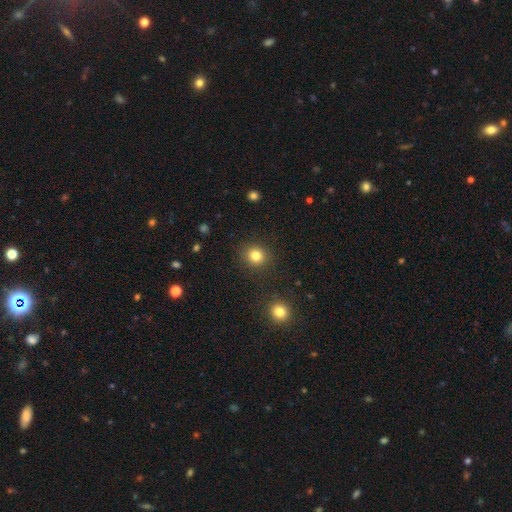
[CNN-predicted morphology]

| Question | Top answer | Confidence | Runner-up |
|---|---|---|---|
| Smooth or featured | smooth | 82% | star or artifact (12%) |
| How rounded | round | 86% | in between (13%) |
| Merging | none | 89% | minor disturbance (7%) |